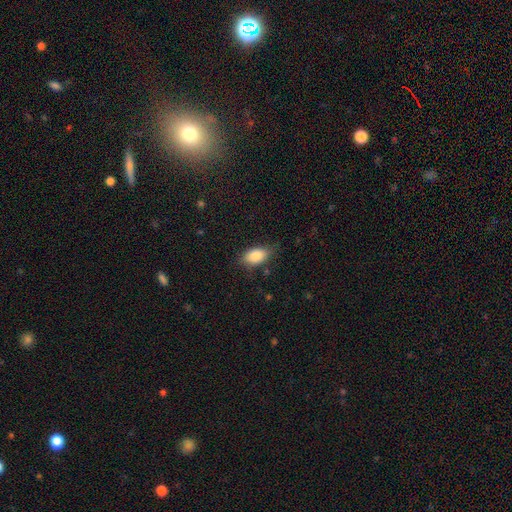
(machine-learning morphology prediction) The model was most divided on "merging": none: 71%, minor disturbance: 22%, major disturbance: 6%, merger: 1%. More confident: how rounded — in between (90%); smooth or featured — smooth (86%).